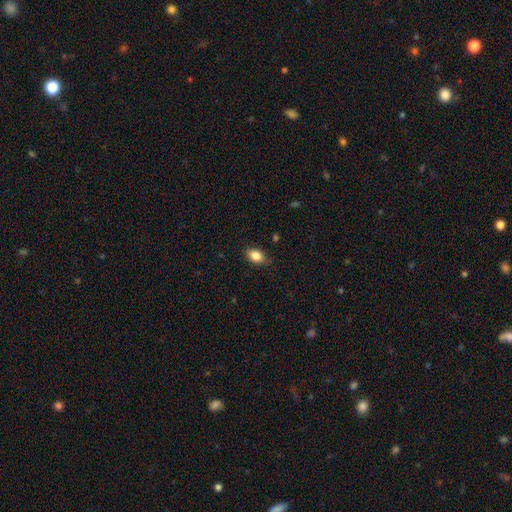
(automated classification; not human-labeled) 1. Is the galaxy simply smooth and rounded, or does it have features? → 86% smooth, 9% star or artifact, 6% featured or disk.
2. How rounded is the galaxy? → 75% in between, 23% round, 2% cigar-shaped.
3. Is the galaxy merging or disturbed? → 82% none, 14% minor disturbance, 3% major disturbance, 1% merger.